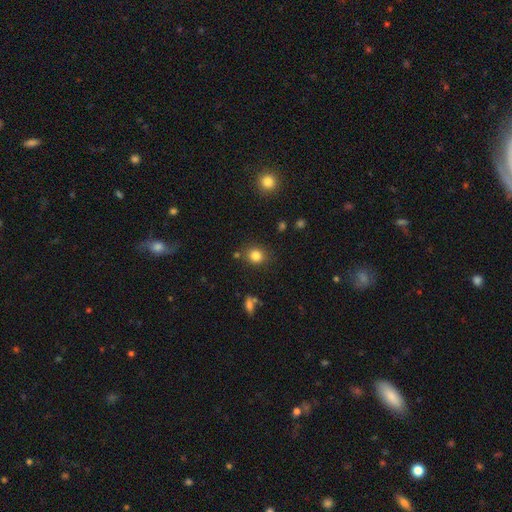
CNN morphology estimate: smooth_or_featured: smooth (p=0.82) [alt: star or artifact p=0.12]
how_rounded: round (p=0.77) [alt: in between p=0.22]
merging: none (p=0.82) [alt: minor disturbance p=0.10]